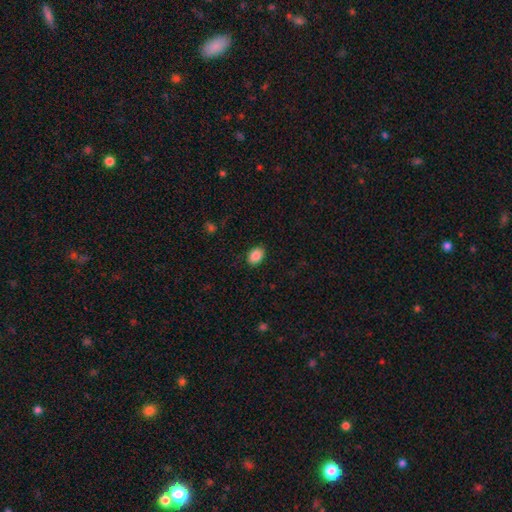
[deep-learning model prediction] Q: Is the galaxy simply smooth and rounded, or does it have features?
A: smooth — 88%.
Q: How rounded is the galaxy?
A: in between — 82%.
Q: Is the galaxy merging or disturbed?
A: none — 88%.